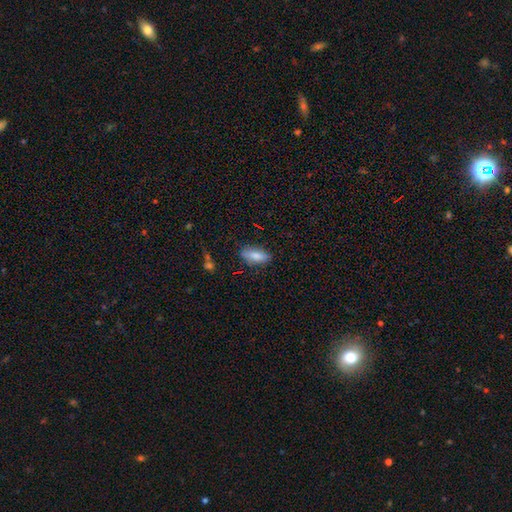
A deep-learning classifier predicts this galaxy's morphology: smooth_or_featured: smooth (p=0.80) [alt: featured or disk p=0.12]
how_rounded: in between (p=0.81) [alt: cigar-shaped p=0.16]
merging: none (p=0.78) [alt: minor disturbance p=0.16]